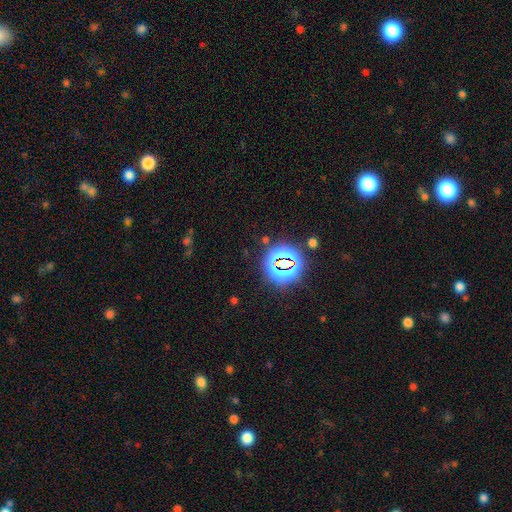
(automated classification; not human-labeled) Morphology: type=star or artifact (79%).